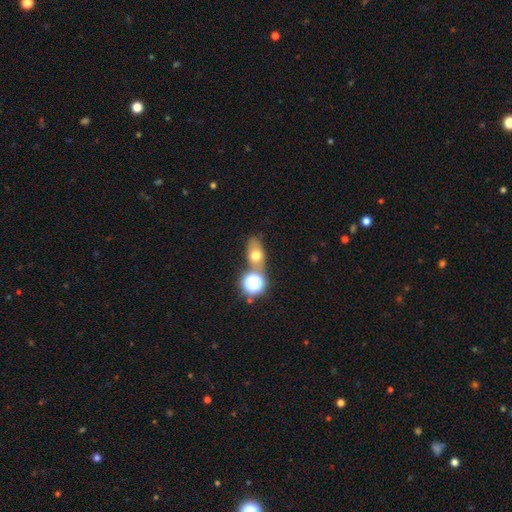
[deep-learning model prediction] smooth_or_featured: smooth (p=0.63) [alt: star or artifact p=0.19]
how_rounded: in between (p=0.68) [alt: round p=0.29]
merging: none (p=0.54) [alt: merger p=0.26]